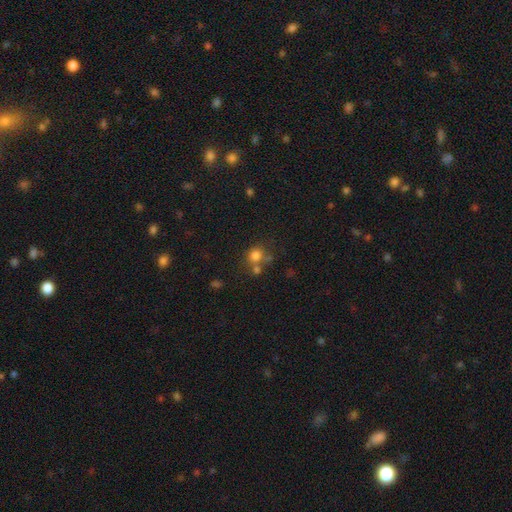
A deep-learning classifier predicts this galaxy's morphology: smooth_or_featured: smooth (p=0.77) [alt: star or artifact p=0.14]
how_rounded: round (p=0.82) [alt: in between p=0.17]
merging: none (p=0.54) [alt: merger p=0.28]